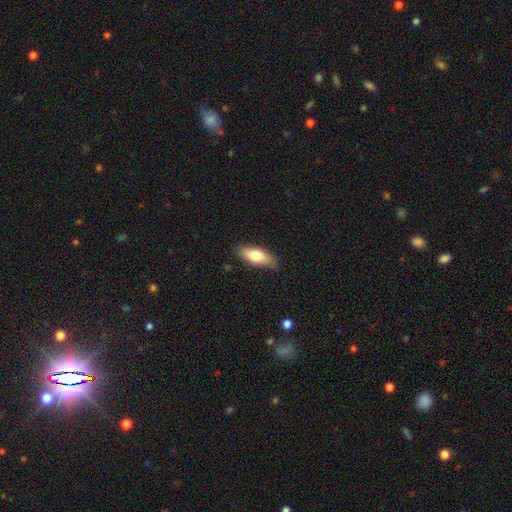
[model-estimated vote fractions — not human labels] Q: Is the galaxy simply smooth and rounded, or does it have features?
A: smooth — 74%.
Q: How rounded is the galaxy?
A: in between — 74%.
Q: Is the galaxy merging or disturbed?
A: none — 78%.